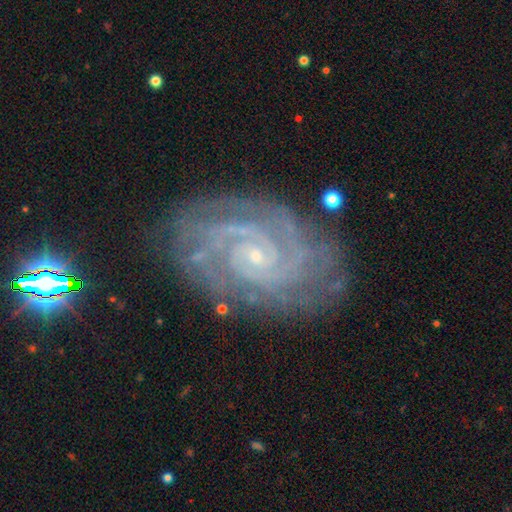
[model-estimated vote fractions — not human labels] Smooth or featured? featured or disk (91%)
Edge-on disk? no (98%)
Bar? no (69%)
Spiral arms? yes (99%)
Spiral winding? tight (79%)
Spiral arm count? 2 (41%)
Bulge size? small (87%)
Merging? none (80%)